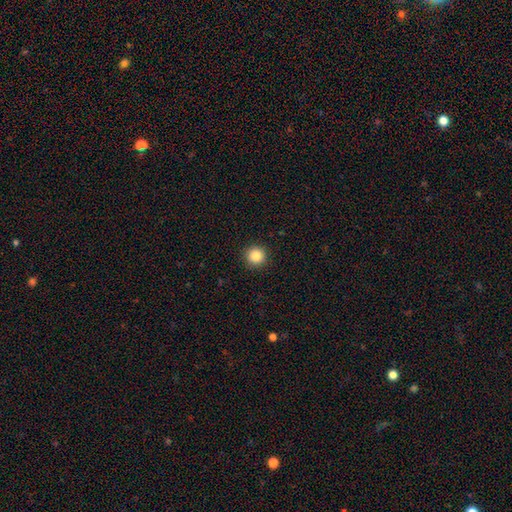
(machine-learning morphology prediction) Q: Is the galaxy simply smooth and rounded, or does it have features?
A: smooth — 86%.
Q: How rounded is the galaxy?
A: round — 95%.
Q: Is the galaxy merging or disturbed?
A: none — 93%.